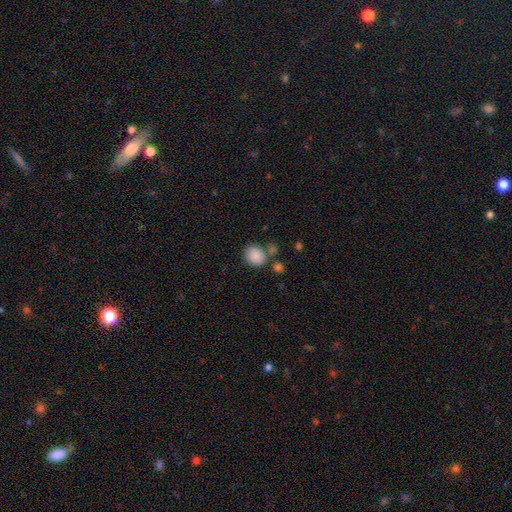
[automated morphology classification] smooth_or_featured: smooth (p=0.87) [alt: star or artifact p=0.09]
how_rounded: round (p=0.60) [alt: in between p=0.39]
merging: none (p=0.65) [alt: merger p=0.16]